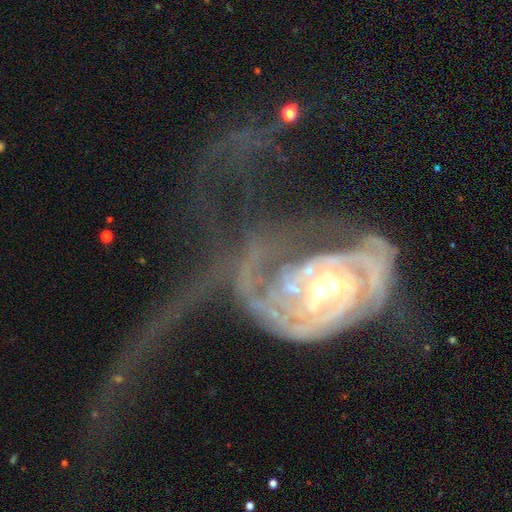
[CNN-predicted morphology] This is clearly a featured or disk galaxy (86%). It is clearly not viewed edge-on (96%). Bar: marginally no (41%). Spiral arm pattern: clearly yes (87%). Spiral arm count: marginally 2 (38%). Spiral winding: possibly tight (48%). Central bulge: possibly moderate (55%). Merging: possibly major disturbance (51%).